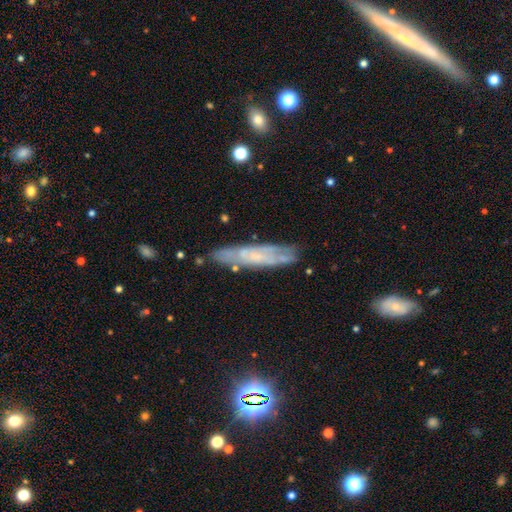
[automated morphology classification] Smooth or featured: featured or disk — 58% (smooth — 32%)
Edge-on disk: yes — 50% (tied with no — 50%)
Merging: none — 76% (minor disturbance — 17%)